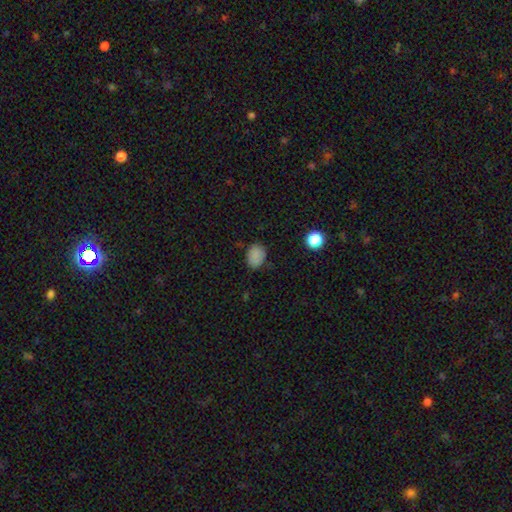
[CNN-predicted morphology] Smooth or featured? smooth (83%)
How rounded? in between (65%)
Merging? none (79%)